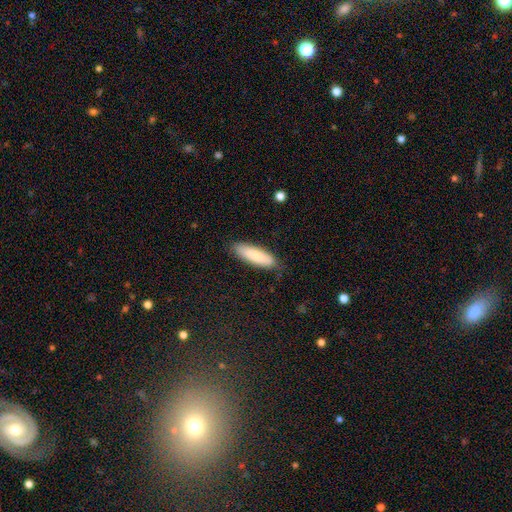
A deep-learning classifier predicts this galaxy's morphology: Overall: smooth (83%). How rounded: cigar-shaped (54%; in between 45%). Merging: none (83%).